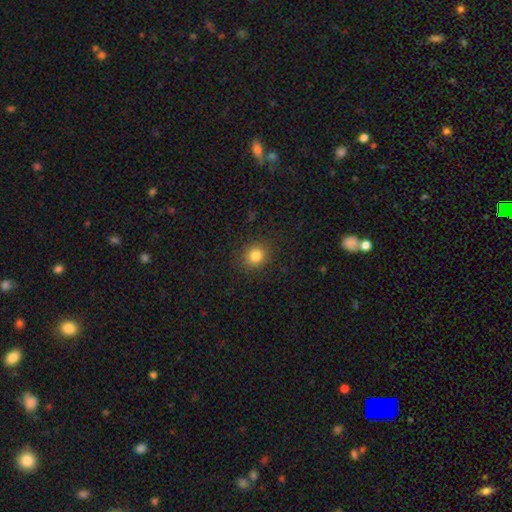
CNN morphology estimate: This appears to be a smooth galaxy with no disk features (82%) that is round (78%). Merging: none (89%).